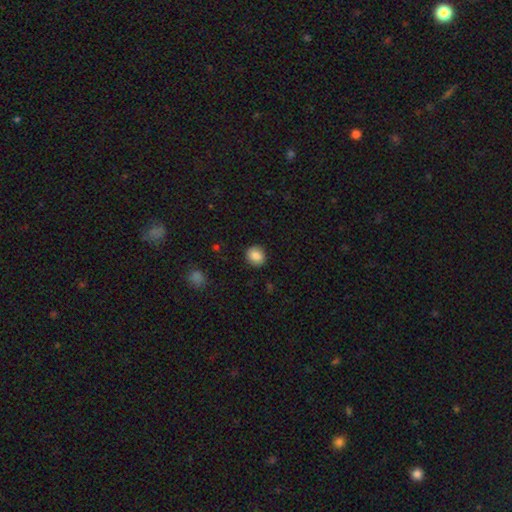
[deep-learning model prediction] Smooth or featured? Predicted: smooth (p=0.86). How rounded? Predicted: round (p=0.83). Merging? Predicted: none (p=0.90).